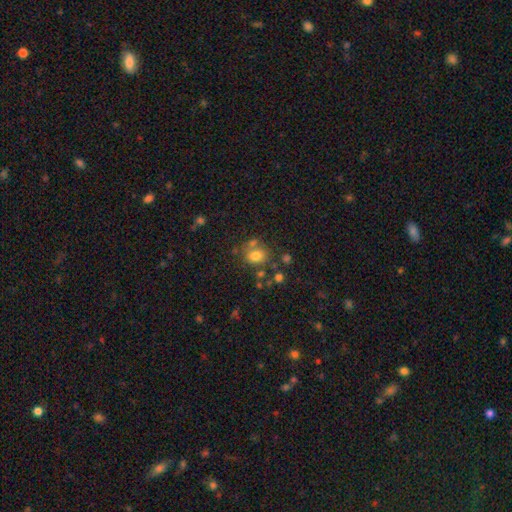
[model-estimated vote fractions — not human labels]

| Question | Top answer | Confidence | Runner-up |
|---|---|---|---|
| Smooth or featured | smooth | 75% | star or artifact (14%) |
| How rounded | round | 61% | in between (38%) |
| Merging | none | 63% | merger (16%) |